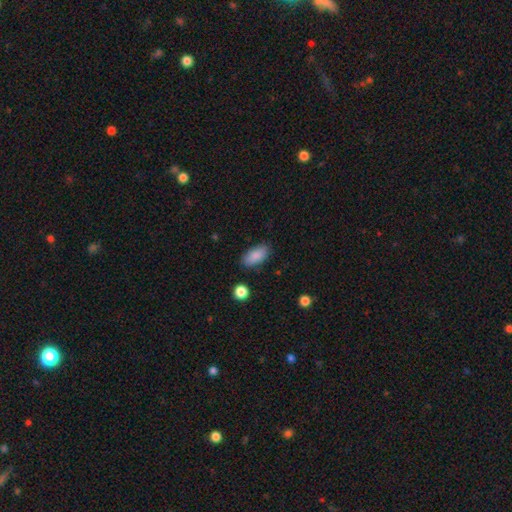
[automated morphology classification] Overall: smooth (88%). How rounded: in between (91%). Merging: none (84%).